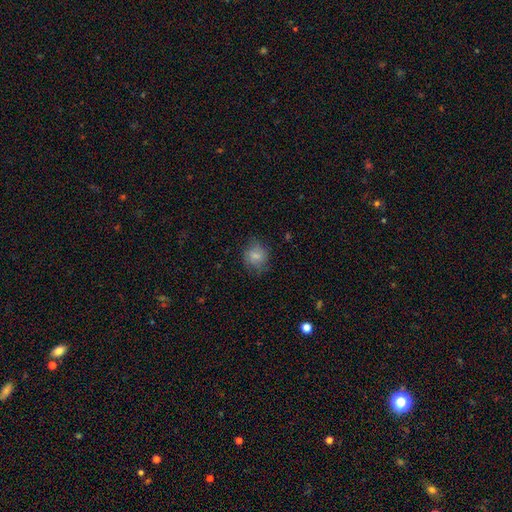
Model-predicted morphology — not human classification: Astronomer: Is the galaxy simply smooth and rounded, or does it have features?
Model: smooth — 76%.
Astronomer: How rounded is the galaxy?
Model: round — 74%.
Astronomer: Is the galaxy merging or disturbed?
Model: none — 69%.